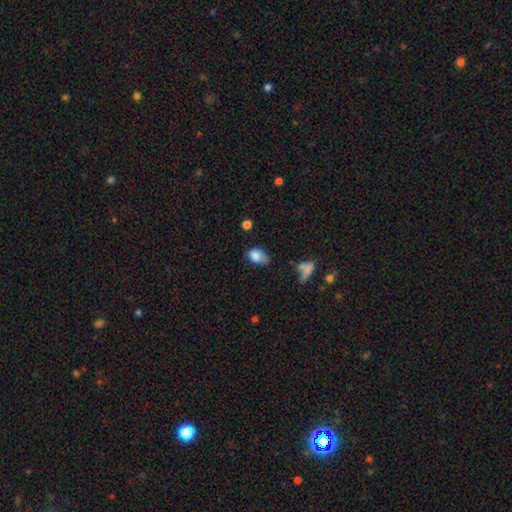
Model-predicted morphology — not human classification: Smooth or featured: smooth — 81% (featured or disk — 10%)
How rounded: in between — 82% (round — 16%)
Merging: minor disturbance — 40% (none — 39%)